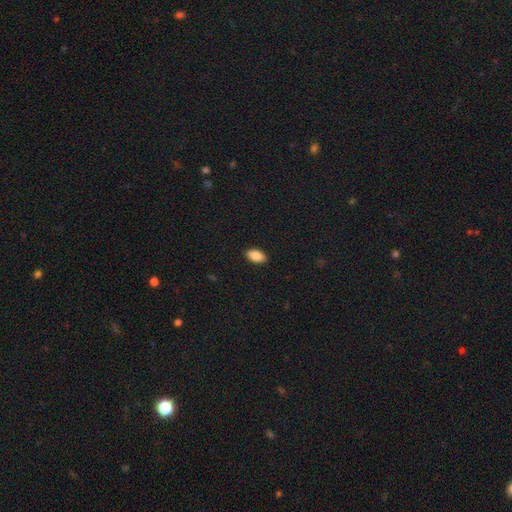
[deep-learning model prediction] A smooth galaxy with no disk features (88%) that is in between round and cigar-shaped (93%).

Vote fractions:
- Smooth or featured? smooth: 88% / star or artifact: 7% / featured or disk: 5%
- How rounded? in between: 93% / cigar-shaped: 3% / round: 3%
- Merging? none: 90% / minor disturbance: 7% / major disturbance: 2% / merger: 1%